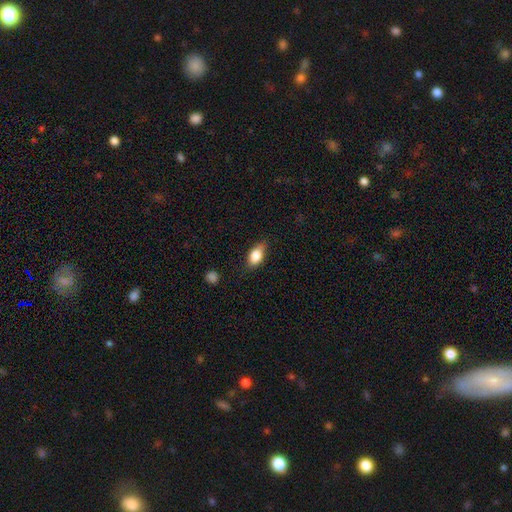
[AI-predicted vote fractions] Morphology: type=smooth (81%); roundness=in between (84%); merging=none (72%).